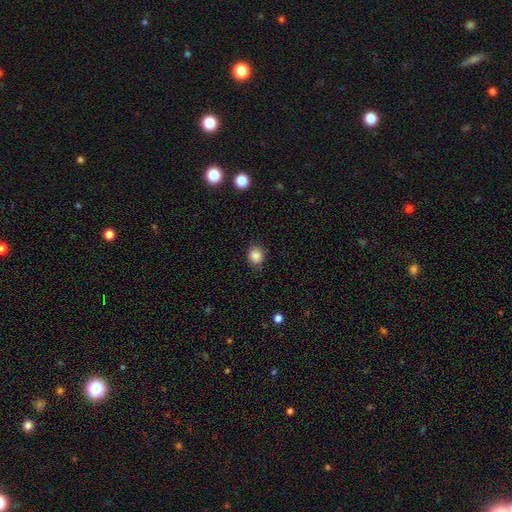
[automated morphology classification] smooth_or_featured: smooth (p=0.86) [alt: star or artifact p=0.10]
how_rounded: round (p=0.77) [alt: in between p=0.23]
merging: none (p=0.83) [alt: minor disturbance p=0.13]